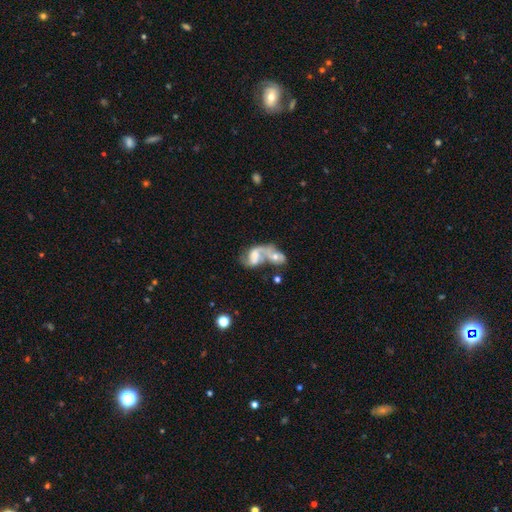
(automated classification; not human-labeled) Morphology: type=featured or disk (66%); edge-on=no (97%); bar=no (45%); spiral arms=yes (79%); winding=loose (54%); arm count=2 (73%); bulge=moderate (36%); merging=merger (71%).